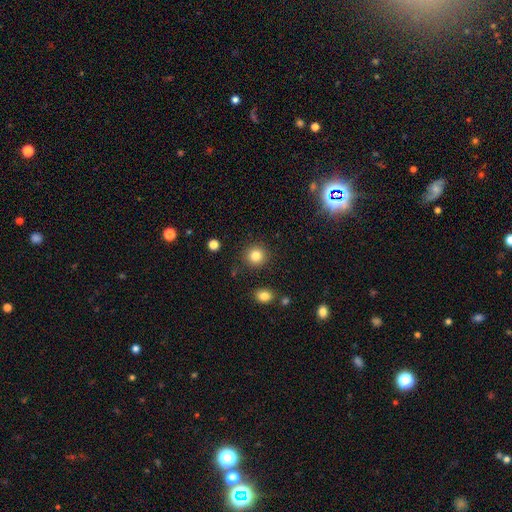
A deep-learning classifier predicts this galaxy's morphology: This is clearly a smooth galaxy (83%). How rounded: clearly round (92%). Merging: clearly none (89%).